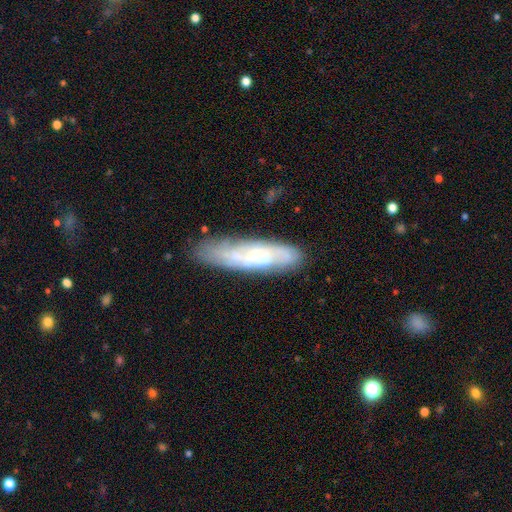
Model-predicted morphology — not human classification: featured or disk 67%, smooth 26%, star or artifact 7%. Down the decision tree: edge-on disk — no (70%); merging — none (76%).